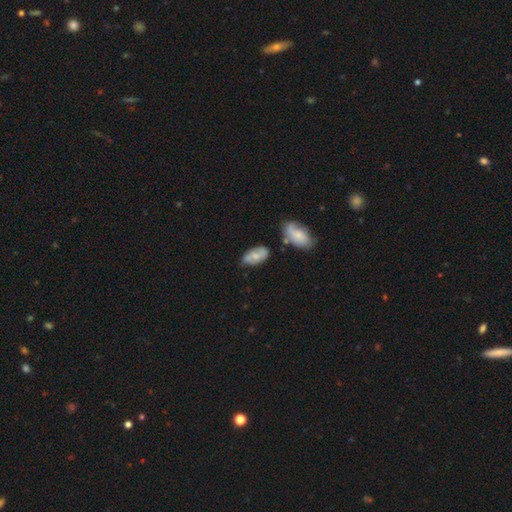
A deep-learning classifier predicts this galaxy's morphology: Overall: smooth (52%; featured or disk 40%). How rounded: in between (91%). Merging: none (61%; minor disturbance 25%).